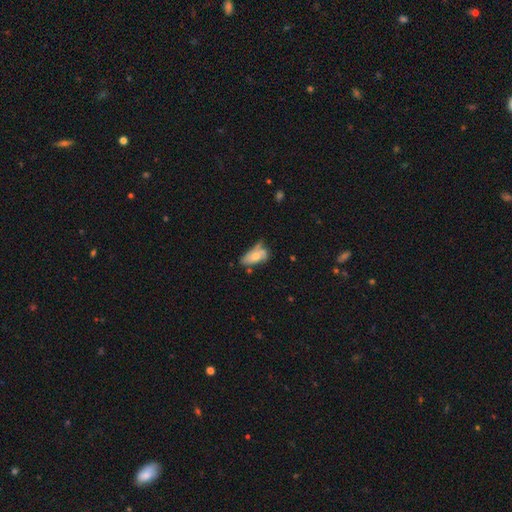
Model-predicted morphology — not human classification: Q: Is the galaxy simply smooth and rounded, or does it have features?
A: smooth — 58%.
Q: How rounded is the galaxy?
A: in between — 87%.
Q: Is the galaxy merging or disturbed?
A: minor disturbance — 33%.